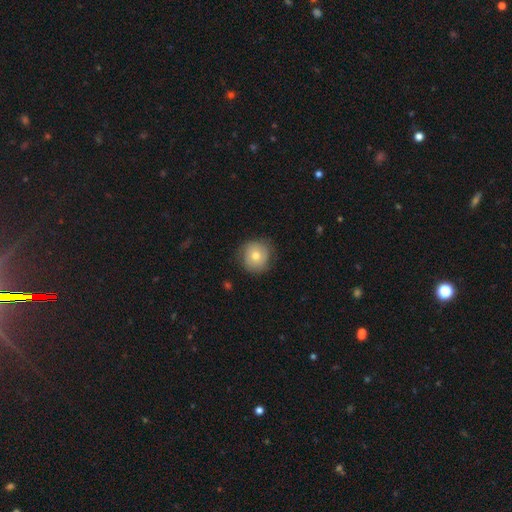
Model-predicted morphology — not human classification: smooth_or_featured: smooth (p=0.70) [alt: featured or disk p=0.22]
how_rounded: round (p=0.91) [alt: in between p=0.08]
merging: none (p=0.77) [alt: minor disturbance p=0.17]